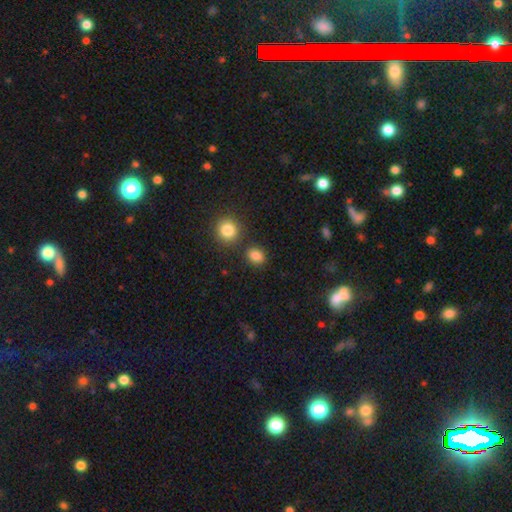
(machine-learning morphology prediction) type=smooth (84%); roundness=round (53%); merging=none (80%).